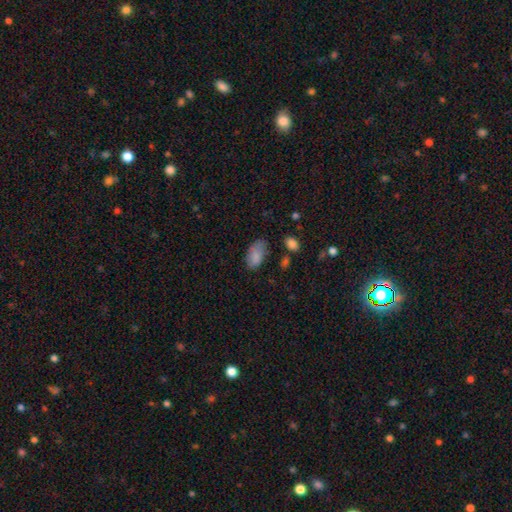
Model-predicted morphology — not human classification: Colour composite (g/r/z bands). It shows a smooth galaxy with no disk features (84%) that is in between round and cigar-shaped (94%). Merging: none (57%).